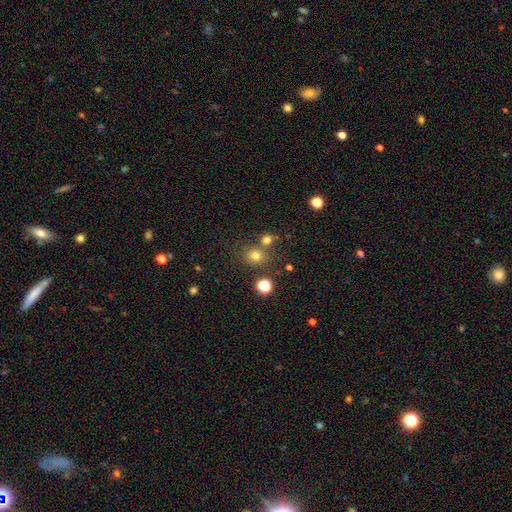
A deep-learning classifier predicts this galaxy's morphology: type=smooth (75%); roundness=round (80%); merging=none (69%).